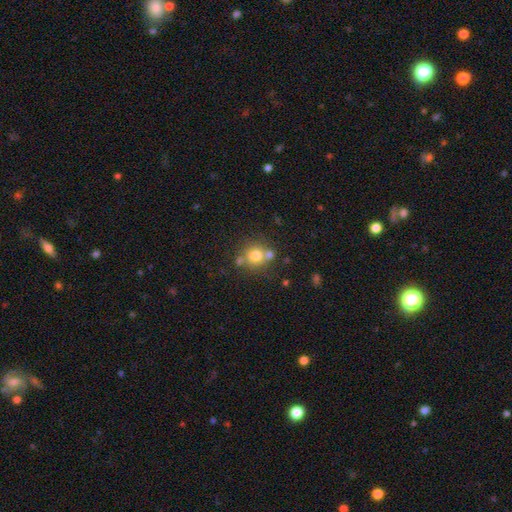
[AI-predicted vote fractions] A smooth galaxy with no disk features (74%) that is round (87%). Merging: none (61%).